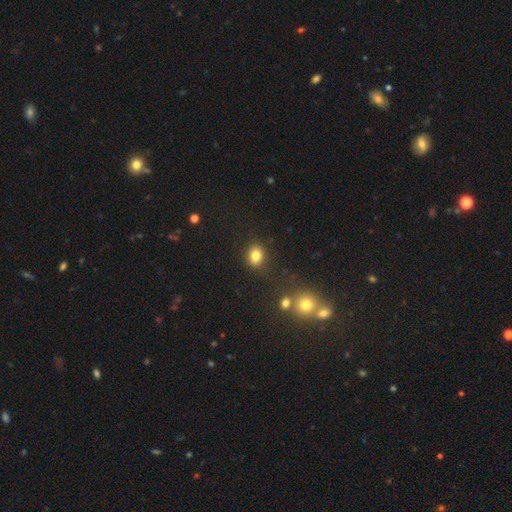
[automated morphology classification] Smooth or featured: smooth — 82% (star or artifact — 12%)
How rounded: in between — 55% (round — 44%)
Merging: none — 84% (minor disturbance — 10%)